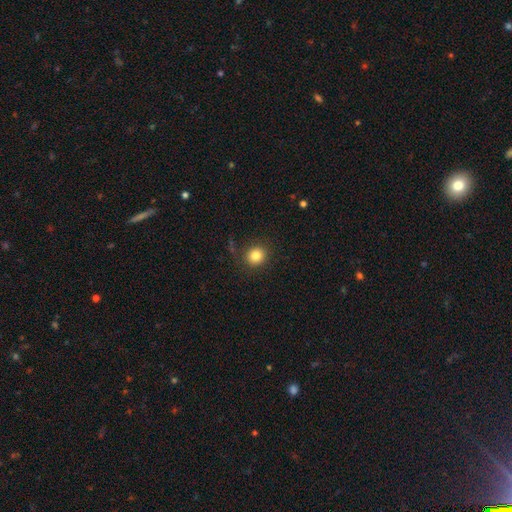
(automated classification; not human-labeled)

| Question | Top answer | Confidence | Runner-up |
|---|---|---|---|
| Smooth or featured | smooth | 83% | star or artifact (11%) |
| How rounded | round | 85% | in between (14%) |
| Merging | none | 87% | minor disturbance (8%) |